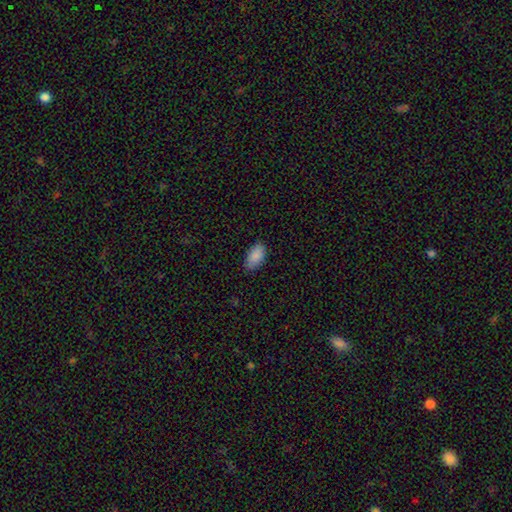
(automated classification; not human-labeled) smooth 88%, star or artifact 7%, featured or disk 5%. Down the decision tree: how rounded — in between (95%); merging — none (82%).